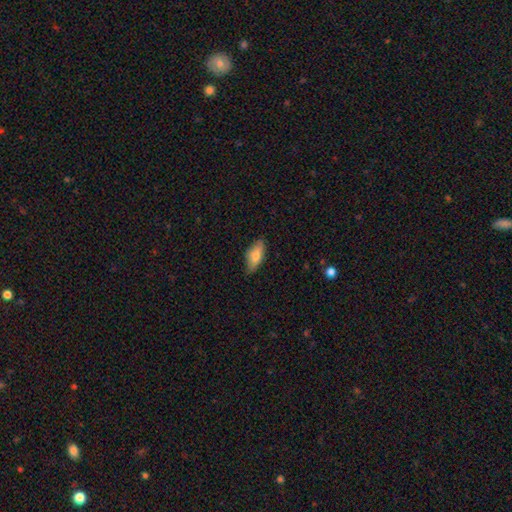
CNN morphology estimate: type=smooth (76%); roundness=in between (79%); merging=none (79%).